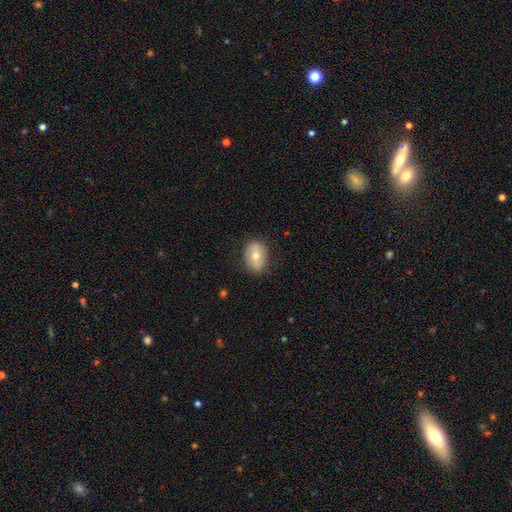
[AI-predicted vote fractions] smooth_or_featured: smooth (p=0.64) [alt: featured or disk p=0.29]
how_rounded: in between (p=0.67) [alt: round p=0.32]
merging: none (p=0.79) [alt: minor disturbance p=0.16]